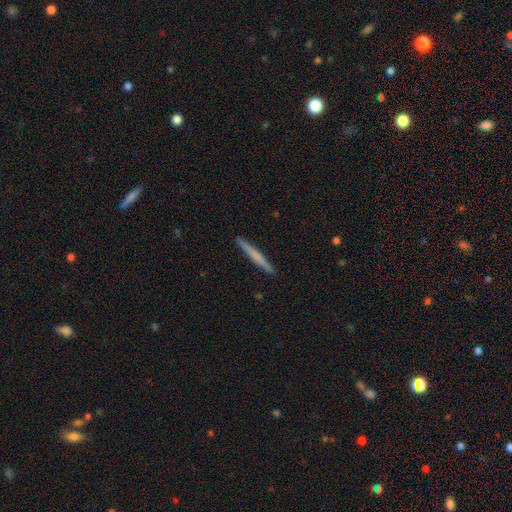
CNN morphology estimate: This appears to be a smooth galaxy with no disk features (56%) that is cigar-shaped (97%). Merging: none (92%).